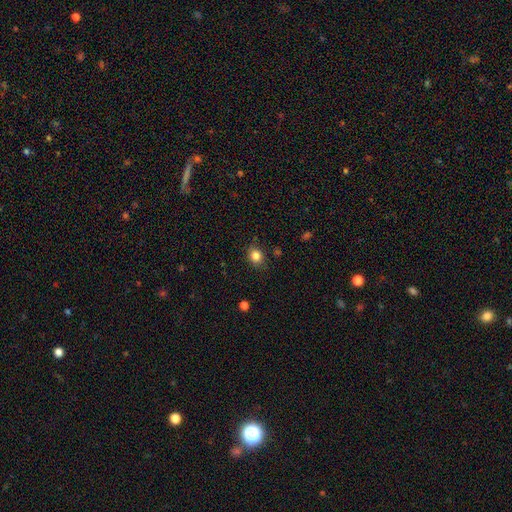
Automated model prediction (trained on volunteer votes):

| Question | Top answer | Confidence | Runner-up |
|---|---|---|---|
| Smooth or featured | smooth | 84% | star or artifact (11%) |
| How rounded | round | 65% | in between (34%) |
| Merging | none | 84% | minor disturbance (12%) |